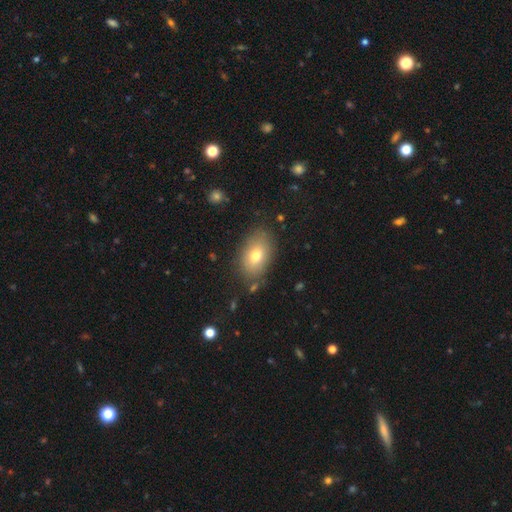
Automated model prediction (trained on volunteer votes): Overall: smooth (75%). How rounded: in between (86%). Merging: none (80%).